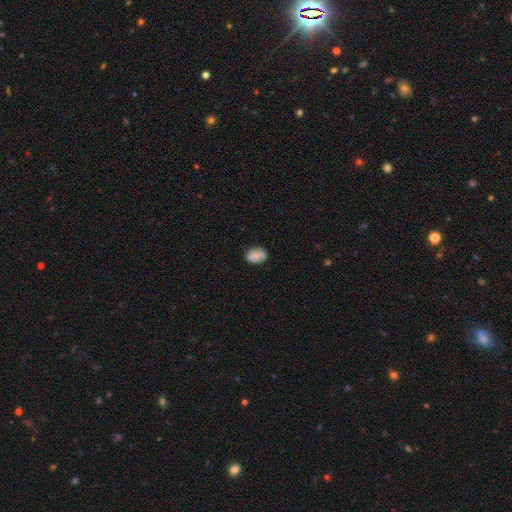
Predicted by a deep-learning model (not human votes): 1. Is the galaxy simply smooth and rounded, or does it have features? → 78% smooth, 14% featured or disk, 8% star or artifact.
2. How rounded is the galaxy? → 80% in between, 18% round, 1% cigar-shaped.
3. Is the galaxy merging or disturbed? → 77% none, 17% minor disturbance, 4% major disturbance, 3% merger.